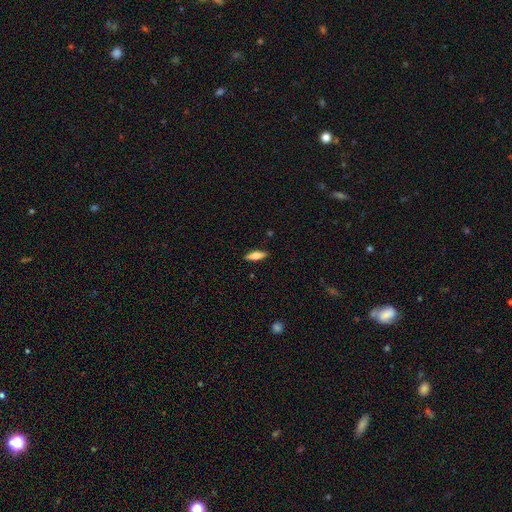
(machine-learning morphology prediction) Smooth or featured?
  - smooth: 67% *
  - featured or disk: 27%
  - star or artifact: 6%
How rounded?
  - in between: 50% *
  - cigar-shaped: 48%
  - round: 2%
Merging?
  - none: 89% *
  - minor disturbance: 8%
  - major disturbance: 2%
  - merger: 1%